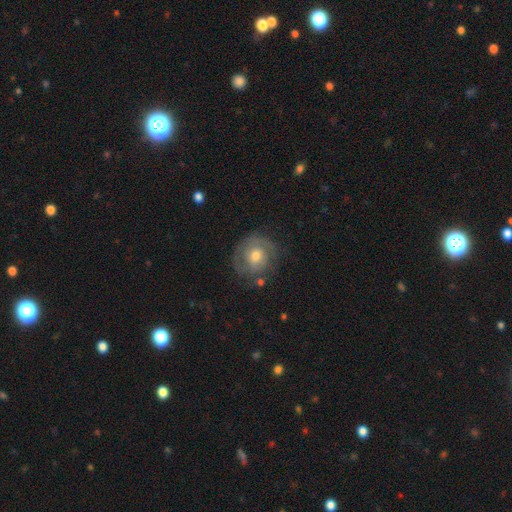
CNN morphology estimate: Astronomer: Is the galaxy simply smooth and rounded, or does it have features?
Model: featured or disk — 64%.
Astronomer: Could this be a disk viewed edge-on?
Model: no — 97%.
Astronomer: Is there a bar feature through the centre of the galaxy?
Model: no — 73%.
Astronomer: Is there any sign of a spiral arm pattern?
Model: yes — 79%.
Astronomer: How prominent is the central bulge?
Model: moderate — 70%.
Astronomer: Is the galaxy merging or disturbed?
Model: none — 70%.